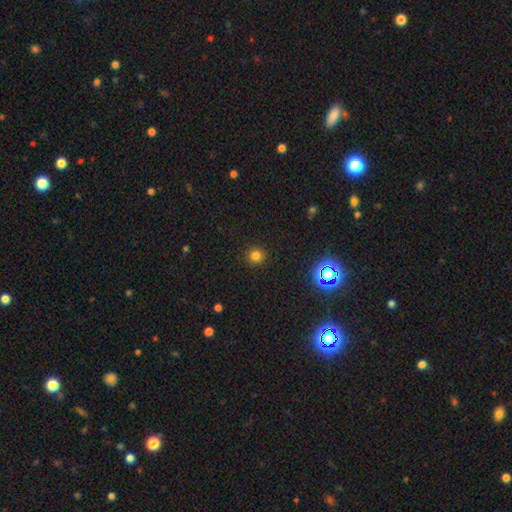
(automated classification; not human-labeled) Smooth or featured: smooth — 78% (star or artifact — 17%)
How rounded: round — 94% (in between — 5%)
Merging: none — 92% (minor disturbance — 5%)